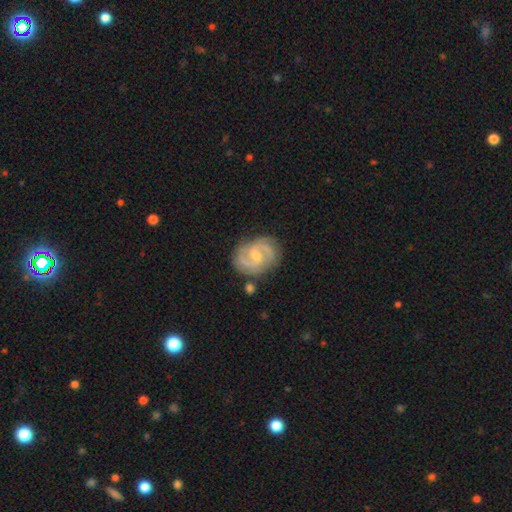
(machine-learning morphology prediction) The model was most divided on "bulge size": moderate: 49%, small: 47%, none: 2%, large: 1%, dominant: 1%. More confident: edge-on disk — no (98%); spiral arms — yes (97%); smooth or featured — featured or disk (89%); spiral arm count — 2 (77%); merging — none (77%); spiral winding — medium (51%); bar — weak (50%).